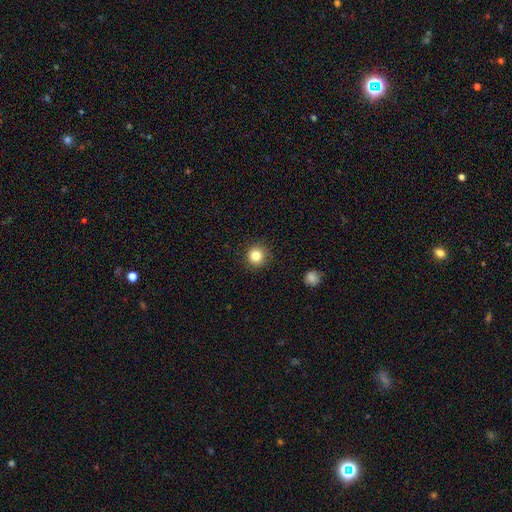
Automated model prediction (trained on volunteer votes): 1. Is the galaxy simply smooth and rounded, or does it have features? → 83% smooth, 11% star or artifact, 6% featured or disk.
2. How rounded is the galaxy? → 95% round, 5% in between, 1% cigar-shaped.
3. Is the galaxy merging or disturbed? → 91% none, 6% minor disturbance, 2% major disturbance, 1% merger.